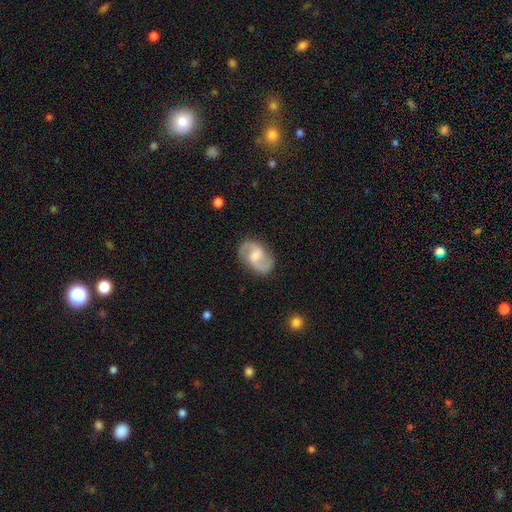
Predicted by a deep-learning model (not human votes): Smooth or featured? Predicted: featured or disk (p=0.84). Edge-on disk? Predicted: no (p=0.98). Bar? Predicted: weak (p=0.55). Spiral arms? Predicted: yes (p=0.96). Spiral winding? Predicted: medium (p=0.56). Spiral arm count? Predicted: 2 (p=0.93). Bulge size? Predicted: moderate (p=0.40). Merging? Predicted: none (p=0.84).